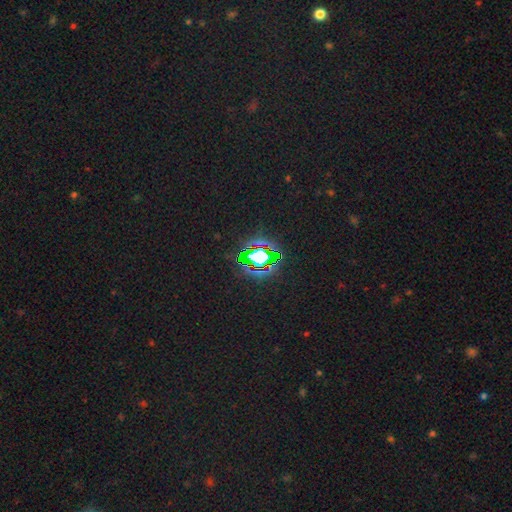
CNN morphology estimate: Smooth or featured?
  - star or artifact: 69% *
  - smooth: 18%
  - featured or disk: 12%